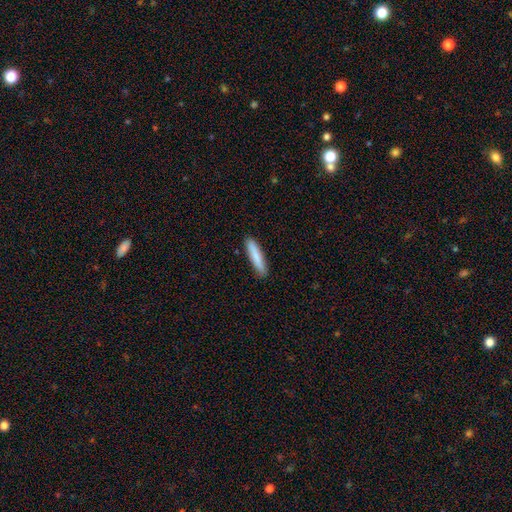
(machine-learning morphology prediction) type=smooth (83%); roundness=cigar-shaped (88%); merging=none (89%).